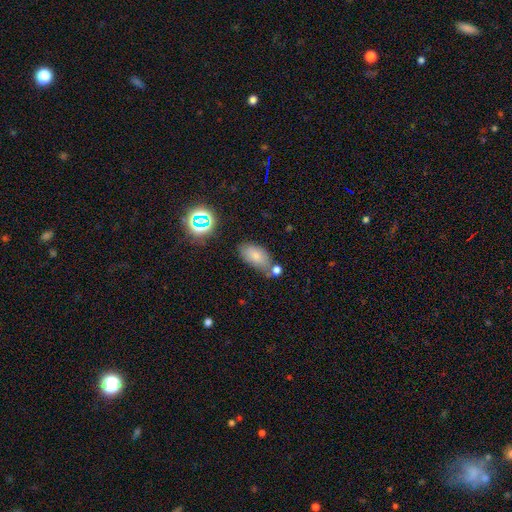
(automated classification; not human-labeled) Smooth or featured? smooth (77%)
How rounded? in between (92%)
Merging? none (58%)